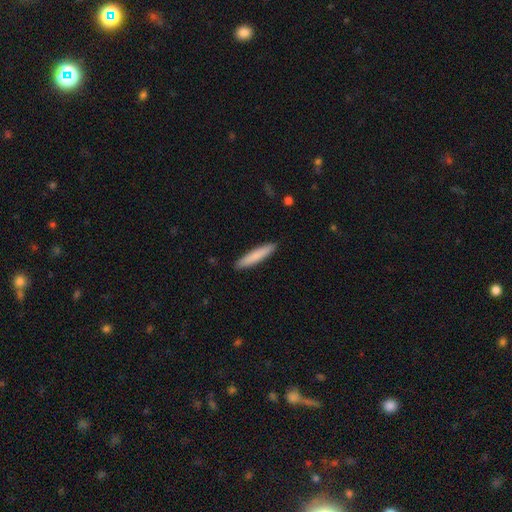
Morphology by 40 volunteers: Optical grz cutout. It shows a smooth galaxy with no disk features (92%) that is cigar-shaped (97%). Merging: none (87%).